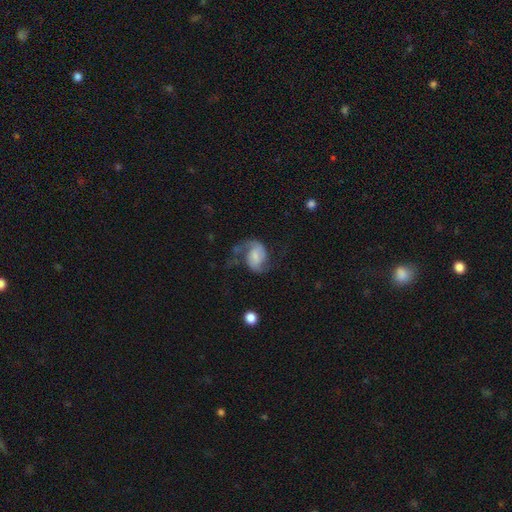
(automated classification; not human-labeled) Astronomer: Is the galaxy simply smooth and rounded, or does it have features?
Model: featured or disk — 75%.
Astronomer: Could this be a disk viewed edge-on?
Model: no — 98%.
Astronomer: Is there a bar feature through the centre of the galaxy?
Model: weak — 43% (runner-up: no, 42%).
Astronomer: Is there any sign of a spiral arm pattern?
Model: yes — 93%.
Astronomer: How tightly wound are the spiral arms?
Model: loose — 49% (runner-up: medium, 40%).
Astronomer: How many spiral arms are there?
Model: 2 — 87%.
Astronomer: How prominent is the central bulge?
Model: small — 41% (runner-up: moderate, 30%).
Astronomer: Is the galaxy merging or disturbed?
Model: none — 51% (runner-up: major disturbance, 27%).